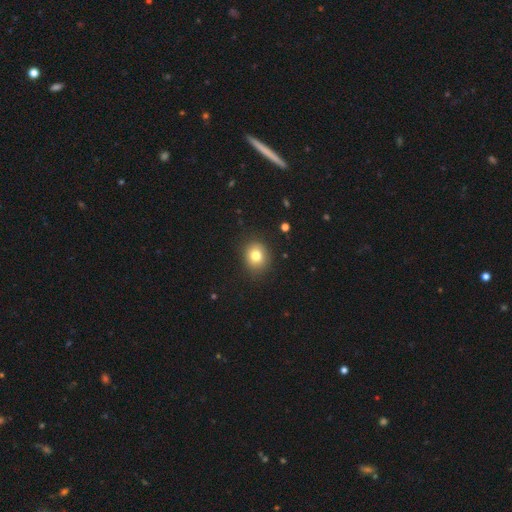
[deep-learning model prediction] Overall: smooth (78%). How rounded: round (71%). Merging: none (86%).